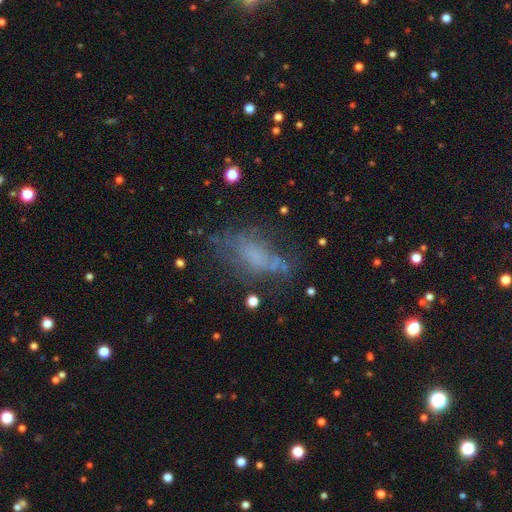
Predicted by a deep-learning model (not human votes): smooth 46%, featured or disk 36%, star or artifact 17%. Down the decision tree: merging — none (46%).